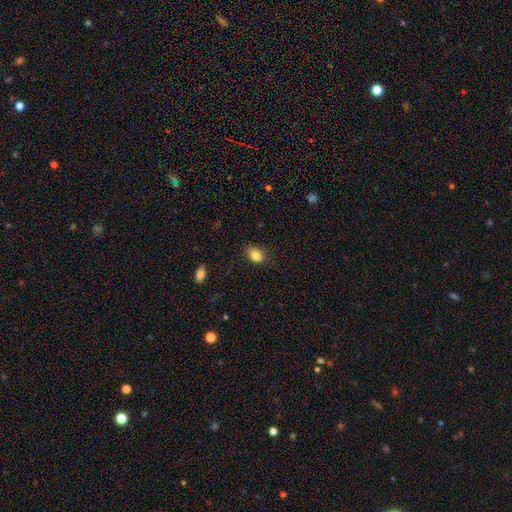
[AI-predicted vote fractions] The model was most divided on "merging": none: 77%, minor disturbance: 18%, major disturbance: 4%, merger: 1%. More confident: smooth or featured — smooth (82%); how rounded — in between (81%).